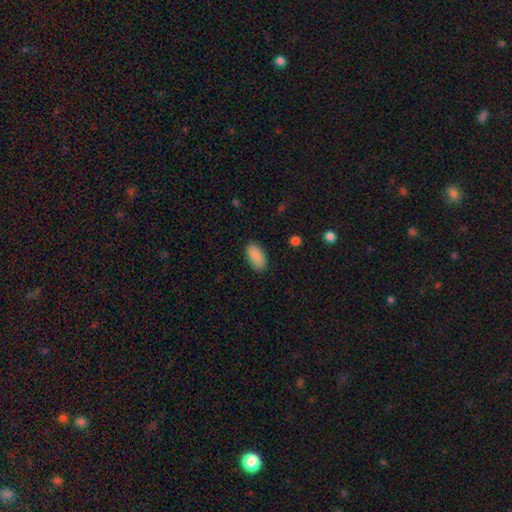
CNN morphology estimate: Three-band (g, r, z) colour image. It shows a smooth galaxy with no disk features (89%) that is in between round and cigar-shaped (93%). Merging: none (86%).